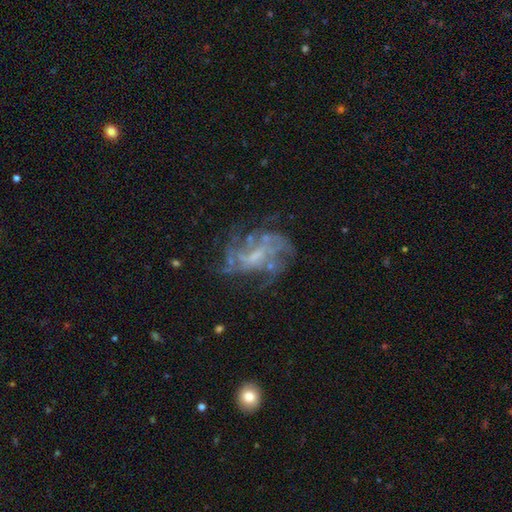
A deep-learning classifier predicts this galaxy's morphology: Smooth or featured? Predicted: featured or disk (p=0.77). Edge-on disk? Predicted: no (p=0.97). Bar? Predicted: no (p=0.46). Spiral arms? Predicted: yes (p=0.74). Spiral winding? Predicted: medium (p=0.41). Spiral arm count? Predicted: can't tell (p=0.45). Bulge size? Predicted: small (p=0.38). Merging? Predicted: none (p=0.56).